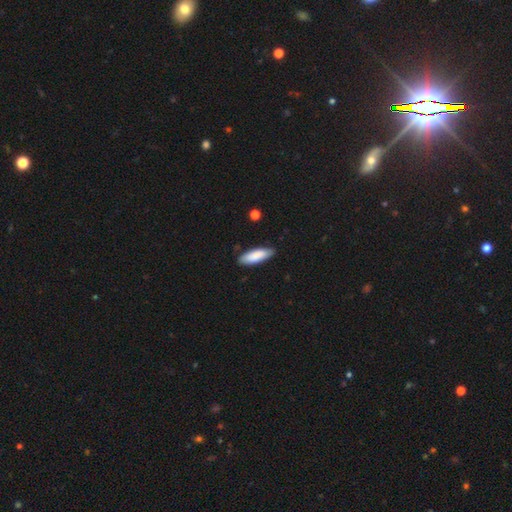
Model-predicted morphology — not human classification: smooth_or_featured: smooth (p=0.85) [alt: featured or disk p=0.09]
how_rounded: in between (p=0.58) [alt: cigar-shaped p=0.41]
merging: none (p=0.85) [alt: minor disturbance p=0.12]